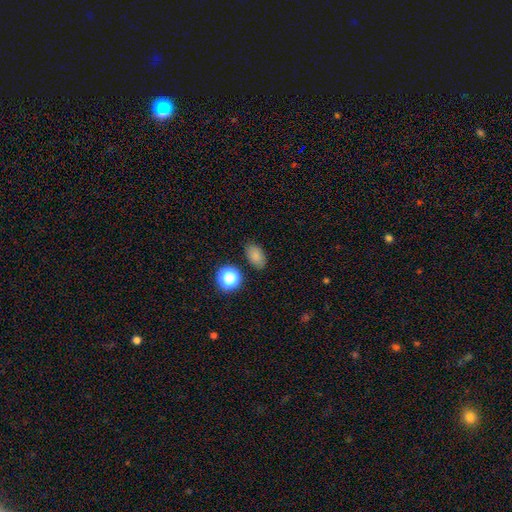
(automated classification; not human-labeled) Smooth or featured? Predicted: smooth (p=0.80). How rounded? Predicted: in between (p=0.85). Merging? Predicted: none (p=0.81).